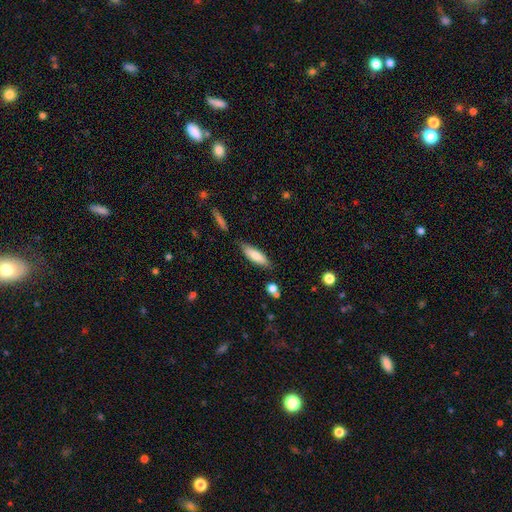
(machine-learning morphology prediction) This is likely a smooth galaxy (76%). How rounded: possibly cigar-shaped (51%). Merging: likely none (76%).